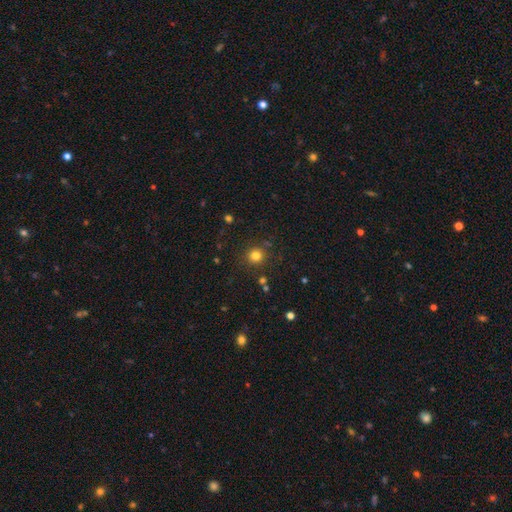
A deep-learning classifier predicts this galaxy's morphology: The model was most divided on "smooth or featured": smooth: 79%, star or artifact: 15%, featured or disk: 6%. More confident: how rounded — round (92%); merging — none (86%).